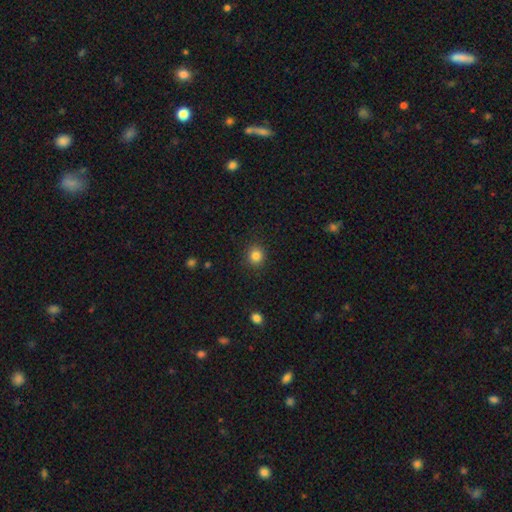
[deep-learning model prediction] Smooth or featured: smooth — 84% (star or artifact — 11%)
How rounded: round — 88% (in between — 11%)
Merging: none — 91% (minor disturbance — 6%)